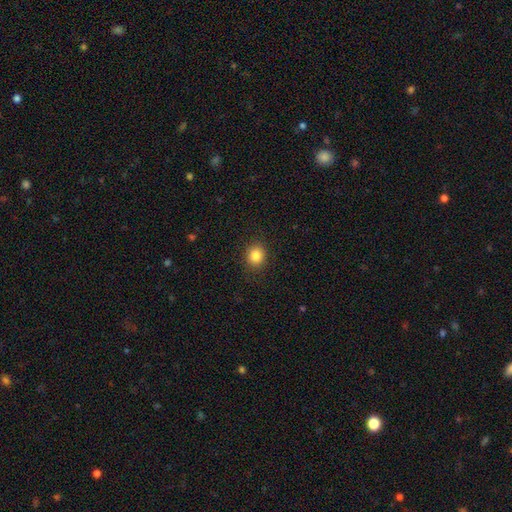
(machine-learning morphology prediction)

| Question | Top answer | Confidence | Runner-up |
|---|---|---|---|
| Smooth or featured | smooth | 84% | star or artifact (11%) |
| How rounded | round | 76% | in between (23%) |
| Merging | none | 89% | minor disturbance (7%) |